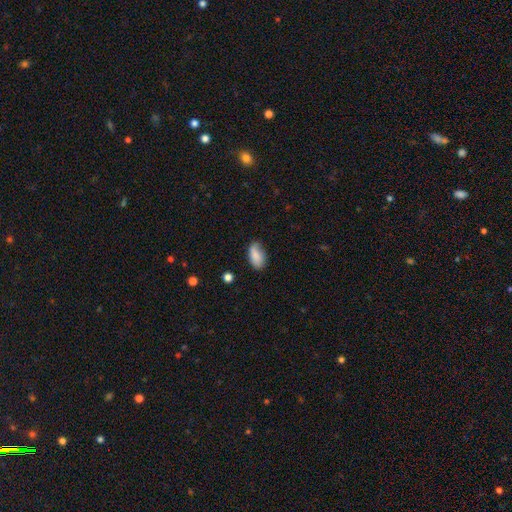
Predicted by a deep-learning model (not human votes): smooth_or_featured: smooth (p=0.83) [alt: featured or disk p=0.09]
how_rounded: in between (p=0.91) [alt: cigar-shaped p=0.05]
merging: none (p=0.65) [alt: minor disturbance p=0.27]